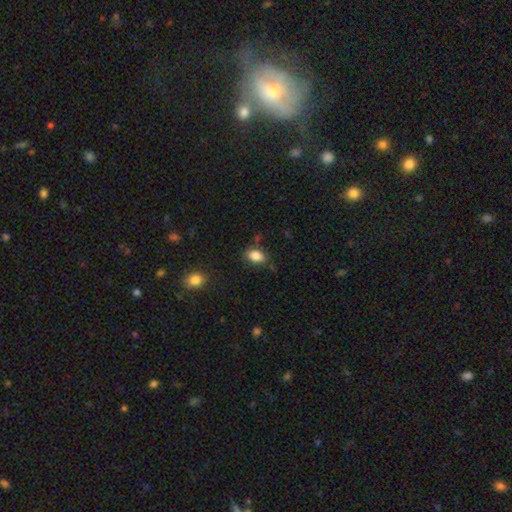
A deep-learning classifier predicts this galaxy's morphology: smooth 85%, star or artifact 9%, featured or disk 6%. Down the decision tree: how rounded — in between (85%); merging — none (76%).